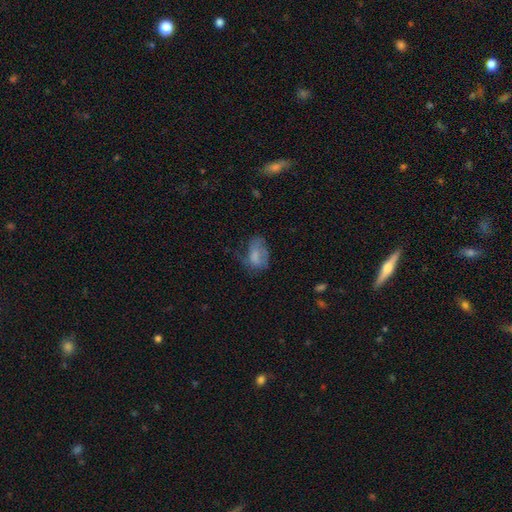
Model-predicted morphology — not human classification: Smooth or featured: smooth — 59% (featured or disk — 31%)
How rounded: in between — 85% (round — 12%)
Merging: major disturbance — 35% (none — 34%)